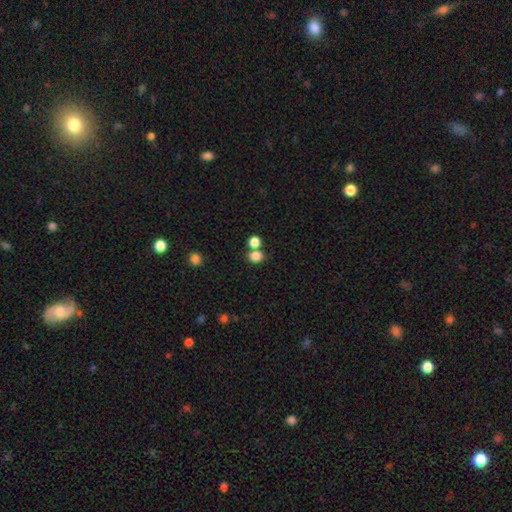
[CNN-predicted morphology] smooth 82%, star or artifact 13%, featured or disk 6%. Down the decision tree: how rounded — round (66%); merging — none (57%).